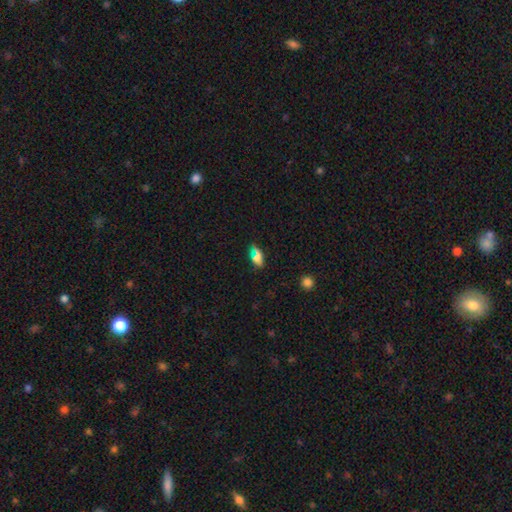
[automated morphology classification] The model was most divided on "smooth or featured": smooth: 64%, star or artifact: 21%, featured or disk: 14%. More confident: merging — none (81%); how rounded — in between (78%).